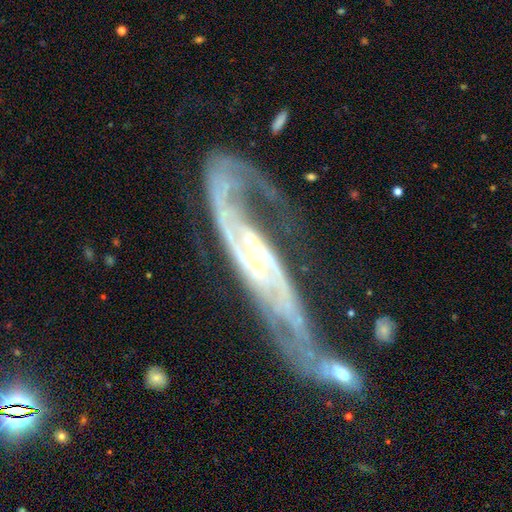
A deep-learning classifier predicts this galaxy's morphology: The model was most divided on "bar": weak: 36%, no: 33%, strong: 31%. Remaining: spiral arms — yes (96%); smooth or featured — featured or disk (89%); edge-on disk — no (84%); spiral arm count — 2 (75%); bulge size — small (69%); spiral winding — medium (45%); merging — none (34%).